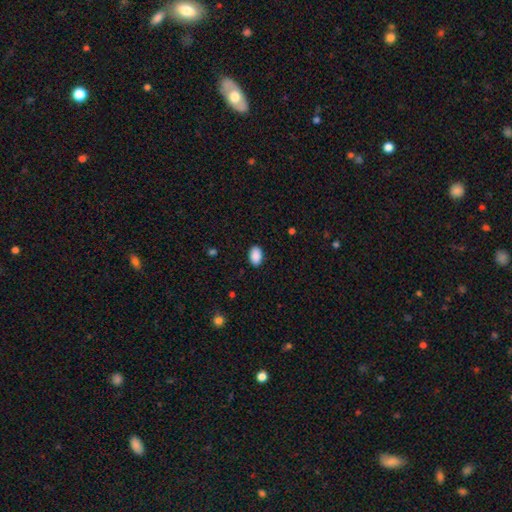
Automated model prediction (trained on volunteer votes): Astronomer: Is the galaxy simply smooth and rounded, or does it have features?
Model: smooth — 90%.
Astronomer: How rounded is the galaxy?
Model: in between — 92%.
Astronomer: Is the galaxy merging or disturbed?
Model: none — 89%.